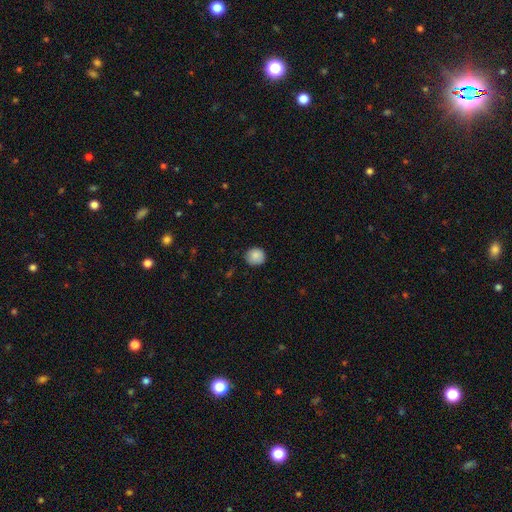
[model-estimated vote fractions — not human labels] smooth 86%, star or artifact 8%, featured or disk 6%. Down the decision tree: how rounded — round (89%); merging — none (82%).